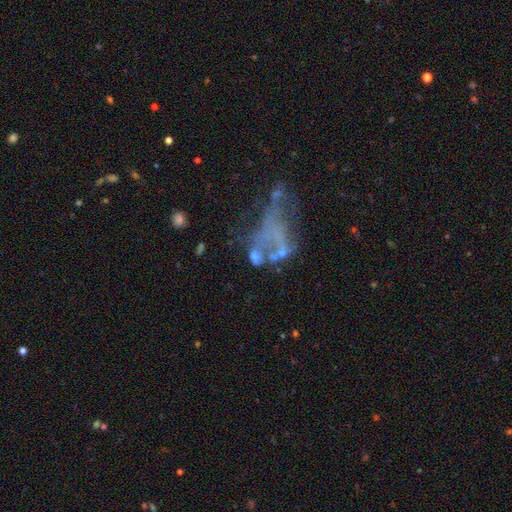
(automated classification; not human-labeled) Morphology: type=featured or disk (53%); edge-on=no (97%); bar=no (93%); spiral arms=no (92%); bulge=none (83%); merging=major disturbance (40%).